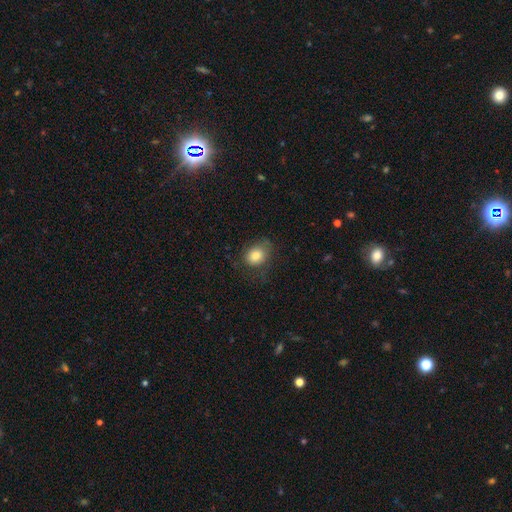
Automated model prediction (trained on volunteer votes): The model was most divided on "how rounded": in between: 50%, round: 49%, cigar-shaped: 1%. More confident: smooth or featured — smooth (81%); merging — none (64%).